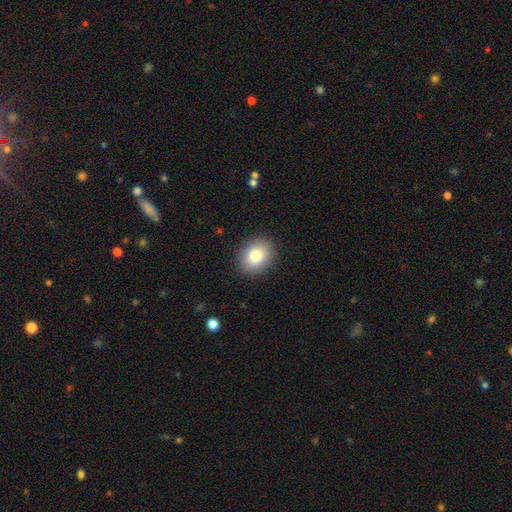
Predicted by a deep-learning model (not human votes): Morphology: type=smooth (83%); roundness=round (51%); merging=none (89%).